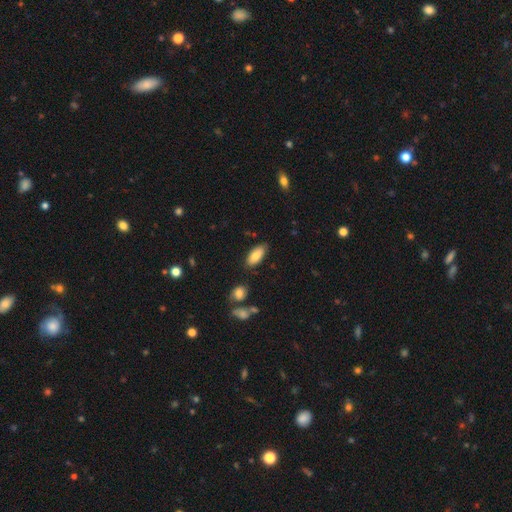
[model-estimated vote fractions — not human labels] Morphology: type=smooth (83%); roundness=in between (88%); merging=none (81%).